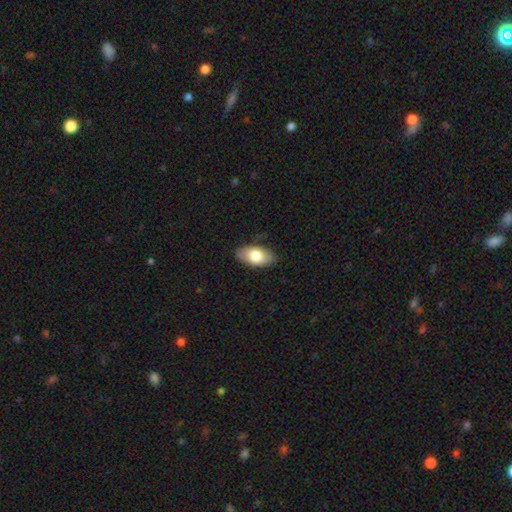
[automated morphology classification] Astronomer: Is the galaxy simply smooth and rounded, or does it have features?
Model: smooth — 76%.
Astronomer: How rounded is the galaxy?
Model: in between — 94%.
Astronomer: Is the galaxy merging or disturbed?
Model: none — 84%.